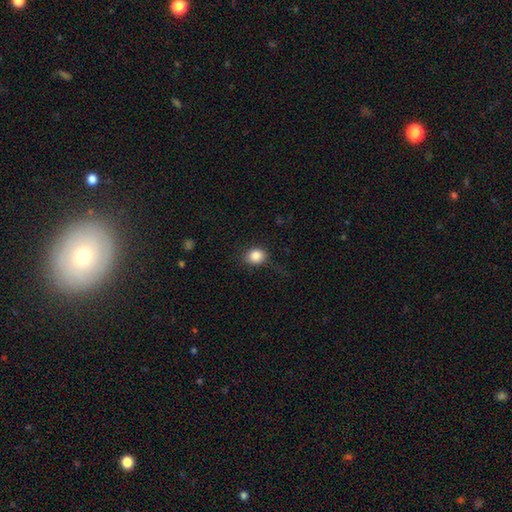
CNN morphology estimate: Overall: smooth (84%). How rounded: round (68%; in between 31%). Merging: none (76%).